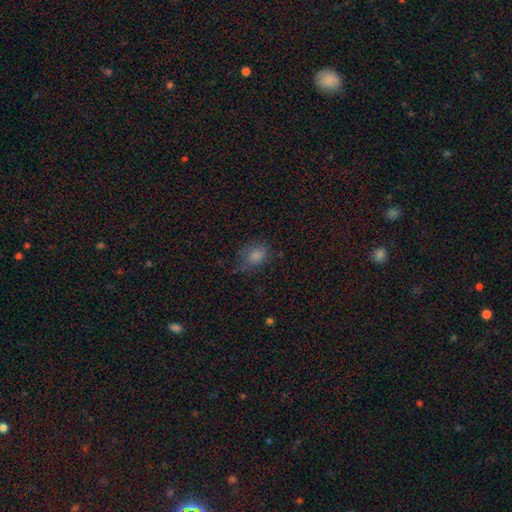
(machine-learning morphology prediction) Smooth or featured? smooth (80%)
How rounded? in between (61%)
Merging? none (59%)